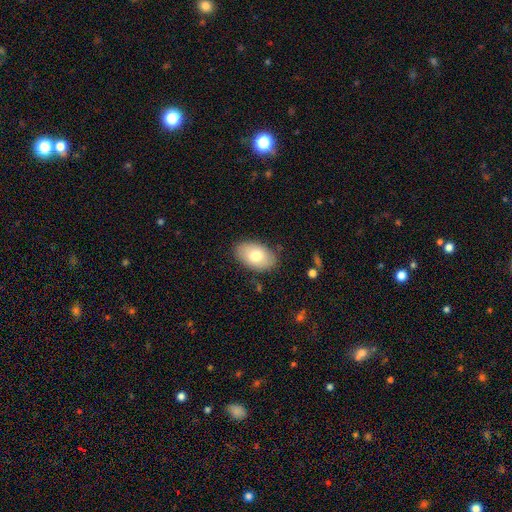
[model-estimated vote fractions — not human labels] Morphology: type=smooth (76%); roundness=in between (92%); merging=none (84%).